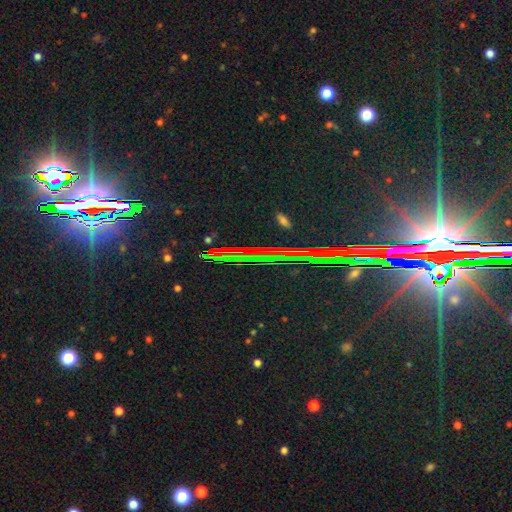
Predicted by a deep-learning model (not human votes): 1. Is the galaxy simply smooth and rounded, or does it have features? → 83% star or artifact, 9% featured or disk, 8% smooth.